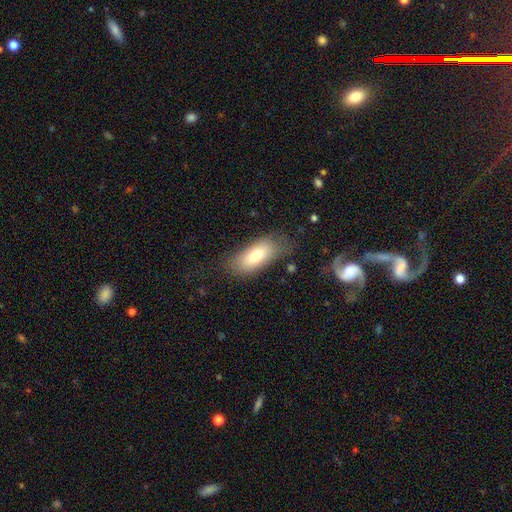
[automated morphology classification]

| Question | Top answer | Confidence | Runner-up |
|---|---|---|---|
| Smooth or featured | smooth | 73% | featured or disk (19%) |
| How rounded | in between | 84% | cigar-shaped (13%) |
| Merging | none | 71% | minor disturbance (19%) |